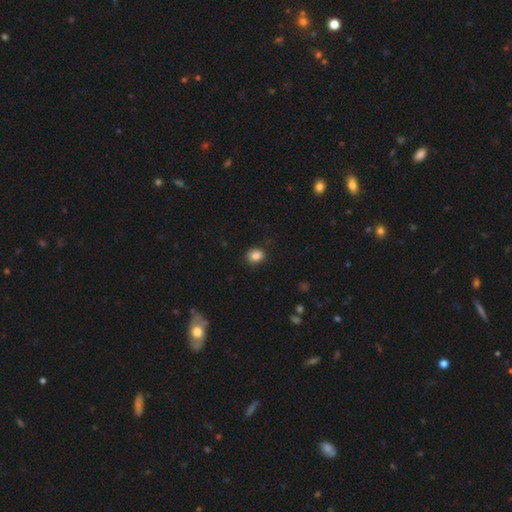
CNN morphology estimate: Smooth or featured? smooth (86%)
How rounded? round (58%)
Merging? none (87%)